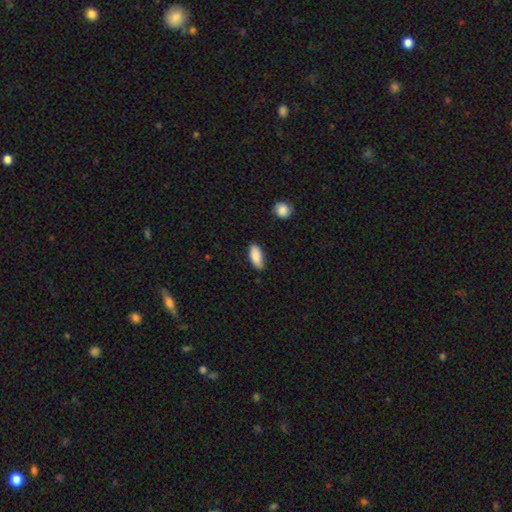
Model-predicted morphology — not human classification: The model was most divided on "merging": none: 79%, minor disturbance: 17%, major disturbance: 3%, merger: 2%. More confident: how rounded — in between (90%); smooth or featured — smooth (88%).